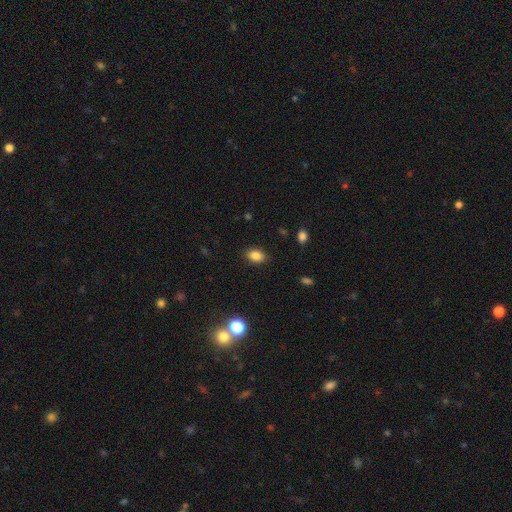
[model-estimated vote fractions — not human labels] A smooth galaxy with no disk features (85%) that is in between round and cigar-shaped (81%). Merging: none (87%).